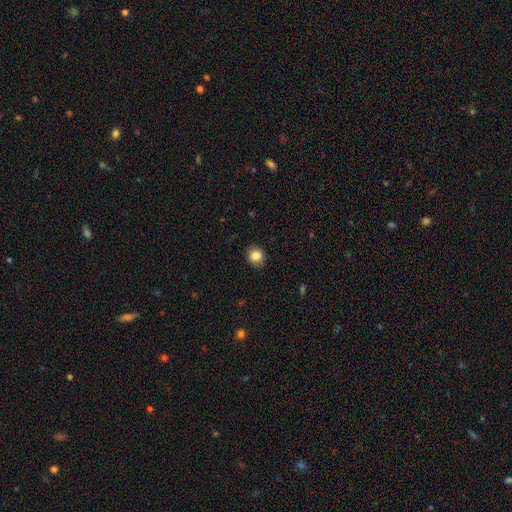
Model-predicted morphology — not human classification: Overall: smooth (86%). How rounded: round (85%). Merging: none (90%).